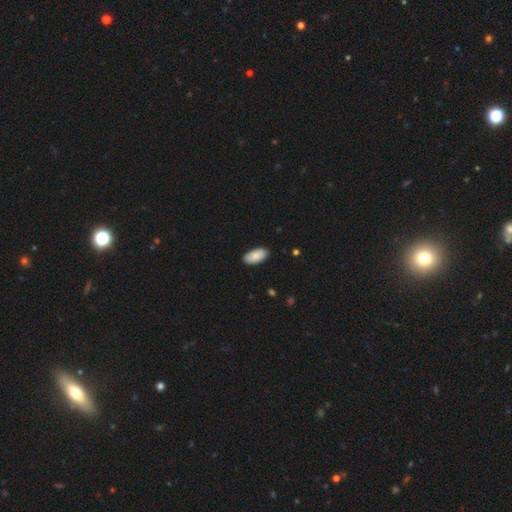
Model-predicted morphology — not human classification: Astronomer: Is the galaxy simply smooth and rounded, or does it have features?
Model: smooth — 87%.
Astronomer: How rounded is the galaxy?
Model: in between — 95%.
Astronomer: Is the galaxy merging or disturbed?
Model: none — 88%.